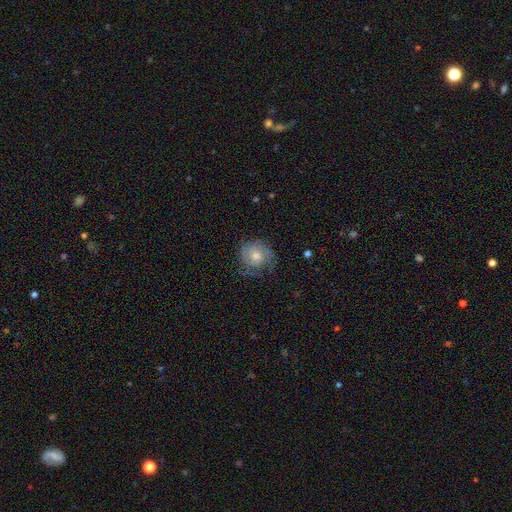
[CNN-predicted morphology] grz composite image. It shows a featured or disk galaxy (55%) with no bar (77%), spiral arms (84%) and a moderate central bulge (62%). Merging: none (67%).